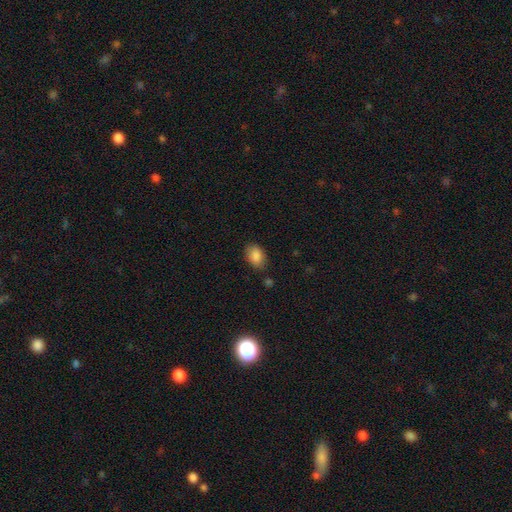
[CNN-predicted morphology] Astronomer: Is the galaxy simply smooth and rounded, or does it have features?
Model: smooth — 87%.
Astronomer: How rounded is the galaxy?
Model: in between — 87%.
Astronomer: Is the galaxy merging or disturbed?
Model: none — 80%.